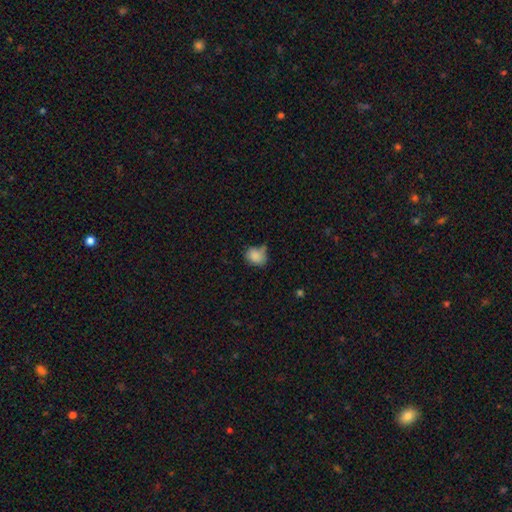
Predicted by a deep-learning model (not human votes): Smooth or featured? Predicted: smooth (p=0.85). How rounded? Predicted: round (p=0.56). Merging? Predicted: none (p=0.56).